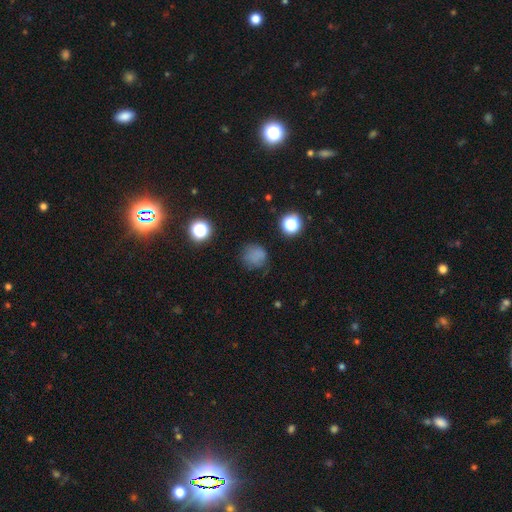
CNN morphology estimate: Smooth or featured?
  - smooth: 73% *
  - star or artifact: 18%
  - featured or disk: 8%
How rounded?
  - round: 87% *
  - in between: 12%
  - cigar-shaped: 1%
Merging?
  - none: 67% *
  - minor disturbance: 21%
  - major disturbance: 10%
  - merger: 2%